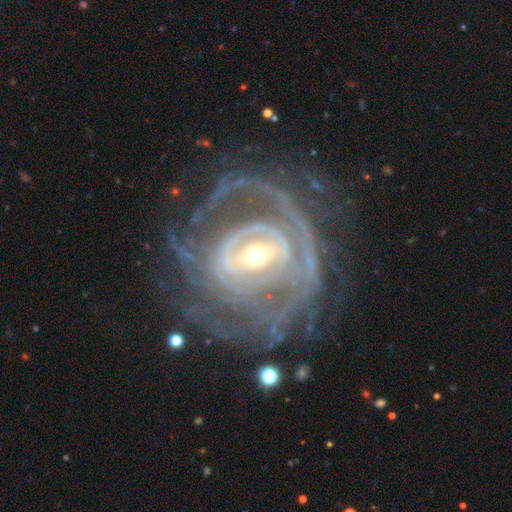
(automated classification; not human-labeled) smooth_or_featured: featured or disk (p=0.90) [alt: star or artifact p=0.05]
disk_edge_on: no (p=0.96) [alt: yes p=0.04]
bar: strong (p=0.38) [alt: weak p=0.36]
has_spiral_arms: yes (p=0.93) [alt: no p=0.07]
spiral_winding: tight (p=0.58) [alt: medium p=0.29]
spiral_arm_count: can't tell (p=0.30) [alt: 2 p=0.26]
bulge_size: moderate (p=0.47) [alt: small p=0.46]
merging: none (p=0.55) [alt: major disturbance p=0.25]